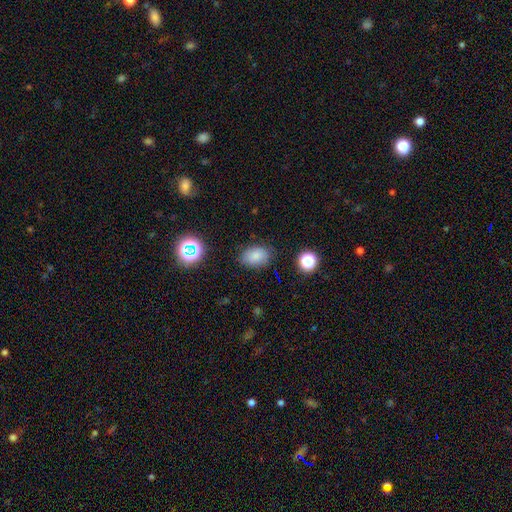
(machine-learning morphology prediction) smooth_or_featured: smooth (p=0.80) [alt: star or artifact p=0.13]
how_rounded: in between (p=0.78) [alt: round p=0.21]
merging: none (p=0.76) [alt: minor disturbance p=0.17]